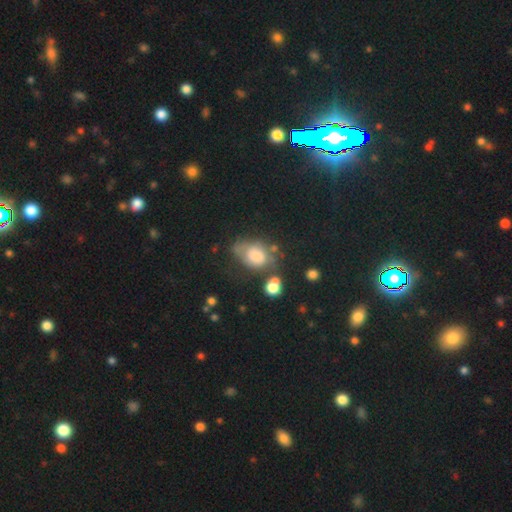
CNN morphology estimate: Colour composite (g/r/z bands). It shows a smooth galaxy with no disk features (56%) that is in between round and cigar-shaped (65%). Merging: none (46%).